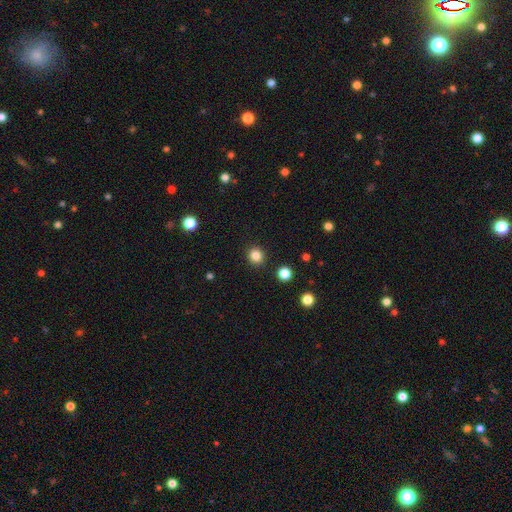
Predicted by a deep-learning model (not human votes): smooth 85%, star or artifact 12%, featured or disk 4%. Down the decision tree: how rounded — round (88%); merging — none (92%).